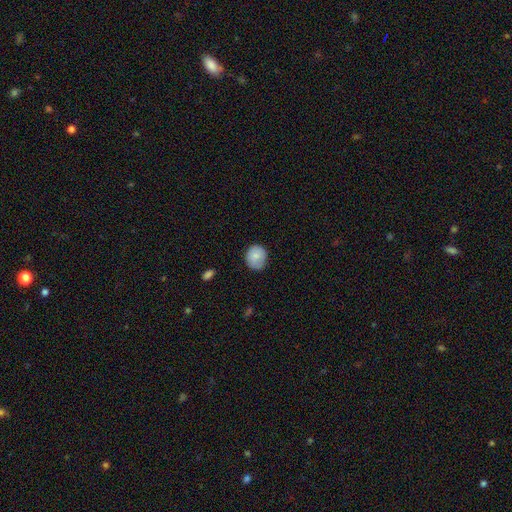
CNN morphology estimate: Overall: smooth (81%). How rounded: round (73%). Merging: none (72%).